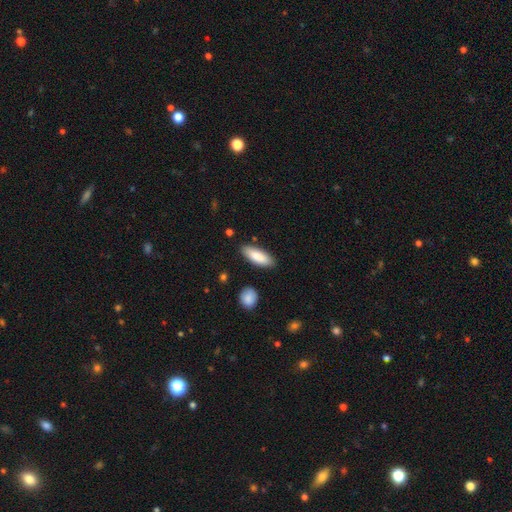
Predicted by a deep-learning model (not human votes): Q: Smooth or featured?
A: smooth (82%); runner-up: featured or disk (12%)
Q: How rounded?
A: in between (64%); runner-up: cigar-shaped (34%)
Q: Merging?
A: none (86%); runner-up: minor disturbance (10%)